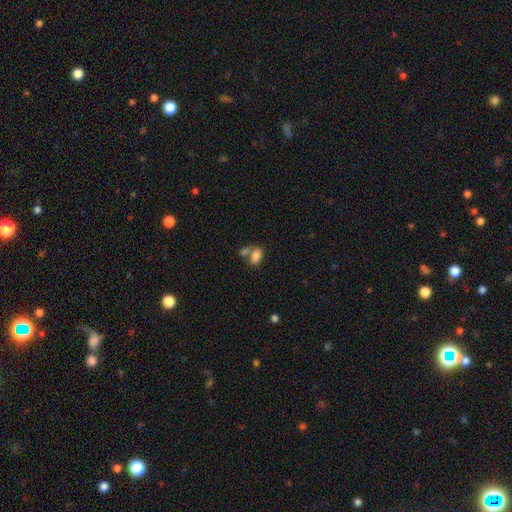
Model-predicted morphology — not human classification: A smooth galaxy with no disk features (82%) that is in between round and cigar-shaped (90%).

Vote fractions:
- Smooth or featured? smooth: 82% / star or artifact: 9% / featured or disk: 9%
- How rounded? in between: 90% / round: 7% / cigar-shaped: 3%
- Merging? merger: 44% / none: 40% / minor disturbance: 11% / major disturbance: 5%